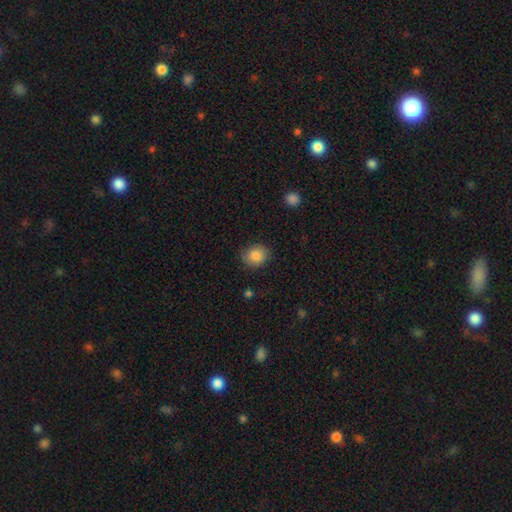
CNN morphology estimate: smooth 86%, star or artifact 9%, featured or disk 5%. Down the decision tree: how rounded — round (69%); merging — none (83%).